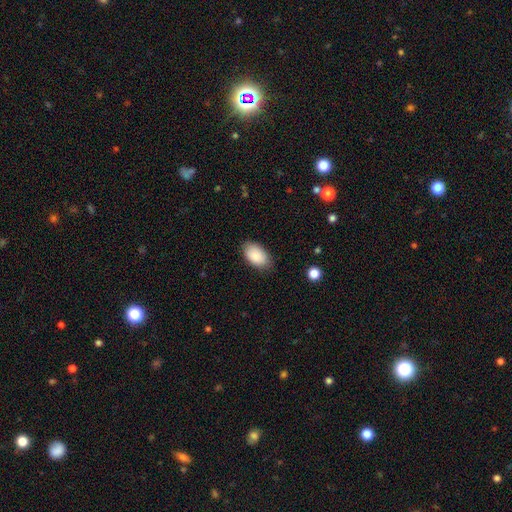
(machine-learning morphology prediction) Smooth or featured: smooth — 89% (star or artifact — 6%)
How rounded: in between — 94% (round — 5%)
Merging: none — 81% (minor disturbance — 15%)